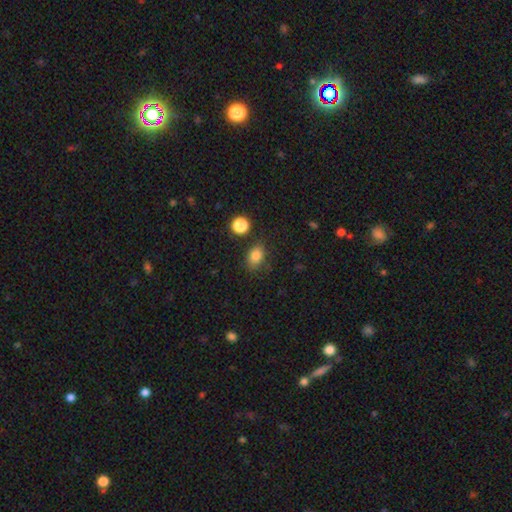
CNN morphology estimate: The model was most divided on "how rounded": in between: 74%, round: 24%, cigar-shaped: 1%. More confident: smooth or featured — smooth (83%); merging — none (76%).